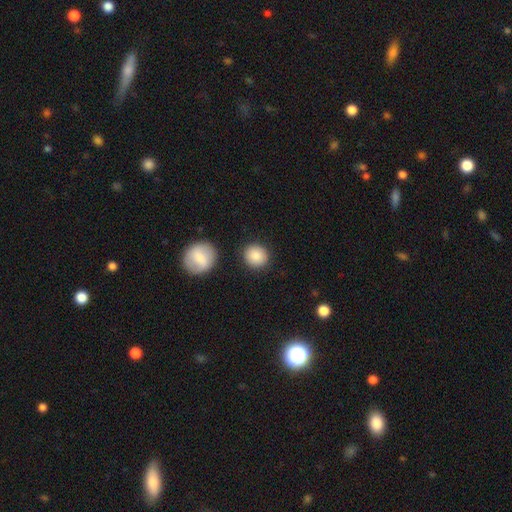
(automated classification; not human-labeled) Smooth or featured? smooth (87%)
How rounded? round (89%)
Merging? none (86%)